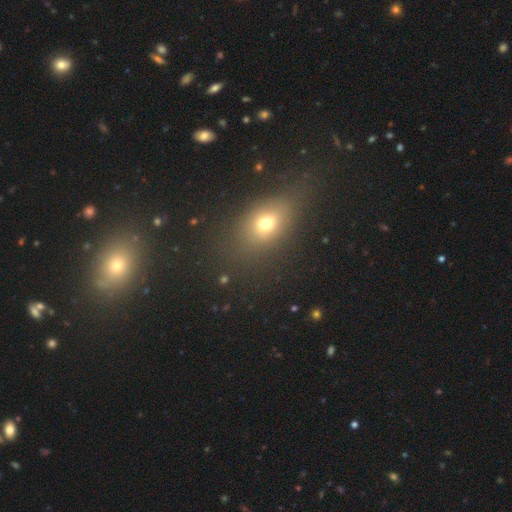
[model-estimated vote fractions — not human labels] smooth 52%, star or artifact 35%, featured or disk 13%. Down the decision tree: how rounded — in between (65%); merging — none (79%).